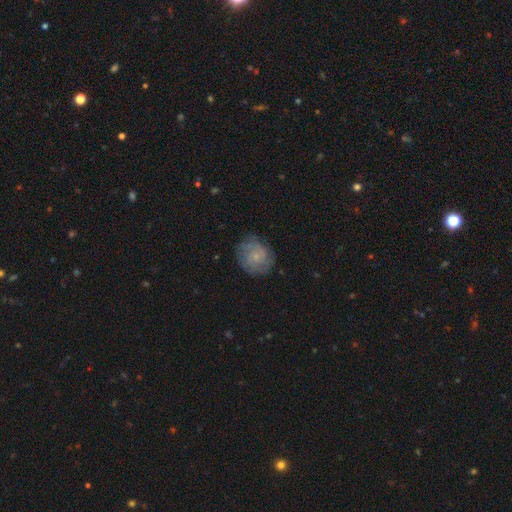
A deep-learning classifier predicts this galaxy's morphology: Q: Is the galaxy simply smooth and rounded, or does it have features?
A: featured or disk — 47%.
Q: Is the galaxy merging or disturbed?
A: none — 72%.